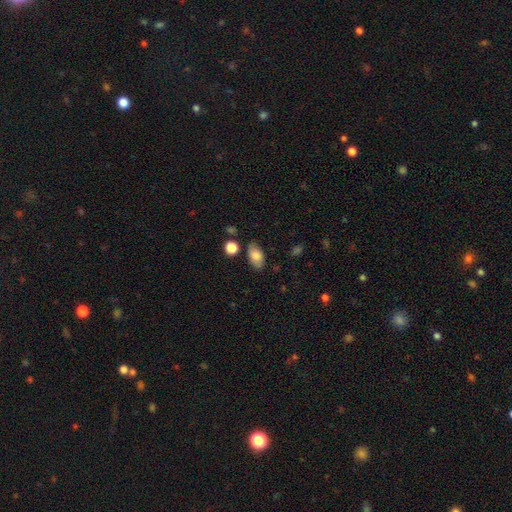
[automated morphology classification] Smooth or featured?
  - smooth: 80% *
  - featured or disk: 12%
  - star or artifact: 7%
How rounded?
  - in between: 91% *
  - round: 6%
  - cigar-shaped: 2%
Merging?
  - none: 79% *
  - minor disturbance: 15%
  - major disturbance: 3%
  - merger: 3%